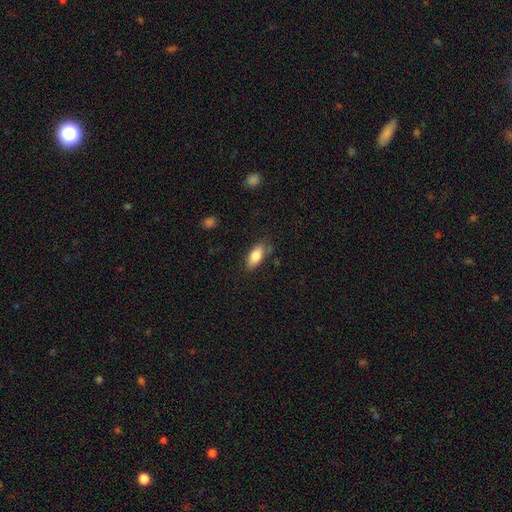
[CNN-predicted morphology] Smooth or featured?
  - smooth: 82% *
  - featured or disk: 11%
  - star or artifact: 7%
How rounded?
  - in between: 87% *
  - cigar-shaped: 10%
  - round: 3%
Merging?
  - none: 77% *
  - minor disturbance: 17%
  - major disturbance: 4%
  - merger: 2%